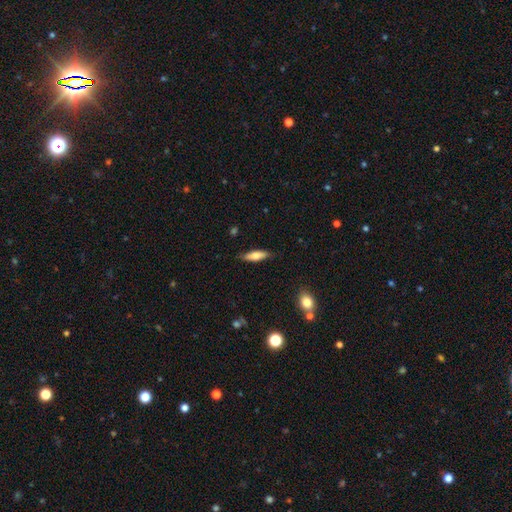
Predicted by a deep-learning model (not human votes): Overall: smooth (69%). How rounded: cigar-shaped (53%; in between 45%). Merging: none (84%).